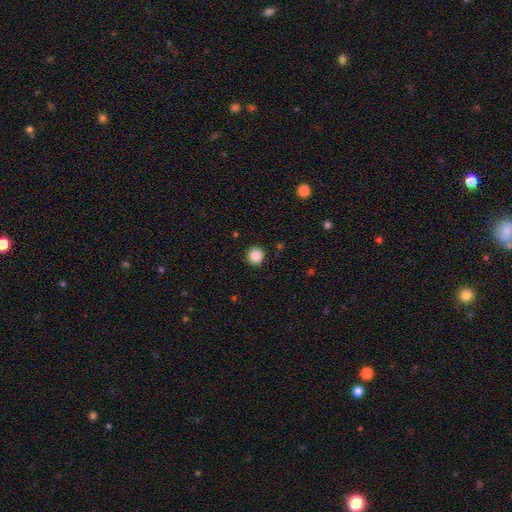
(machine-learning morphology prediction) Smooth or featured: smooth — 87% (star or artifact — 10%)
How rounded: round — 94% (in between — 5%)
Merging: none — 92% (minor disturbance — 5%)